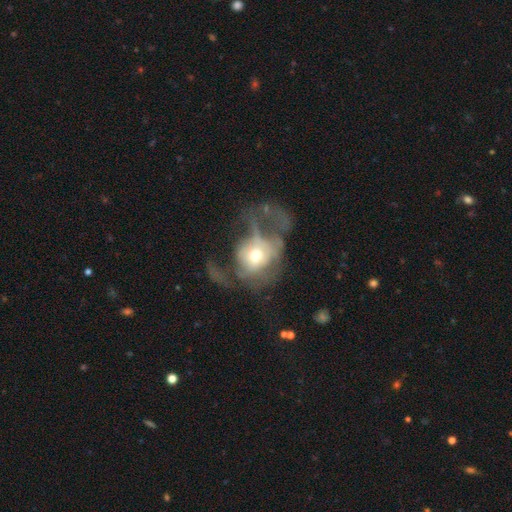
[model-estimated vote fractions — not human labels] The model was most divided on "smooth or featured": featured or disk: 52%, smooth: 38%, star or artifact: 10%. More confident: edge-on disk — no (94%); merging — major disturbance (67%).